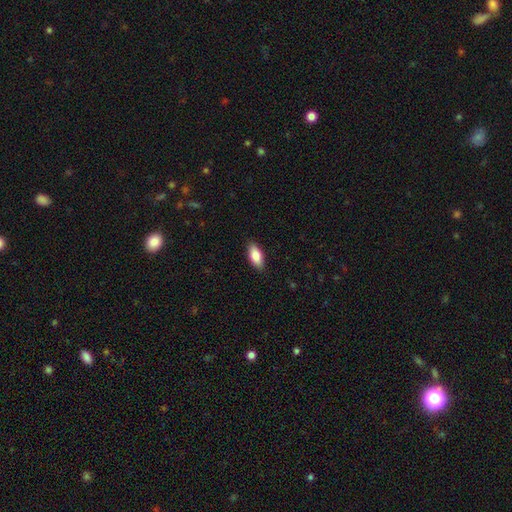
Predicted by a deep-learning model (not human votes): Overall: smooth (83%). How rounded: in between (87%). Merging: none (89%).